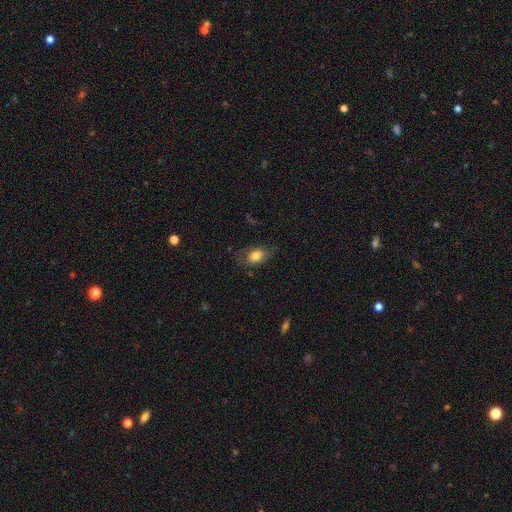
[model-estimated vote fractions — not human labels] Smooth or featured: smooth — 74% (featured or disk — 17%)
How rounded: in between — 79% (round — 19%)
Merging: none — 66% (minor disturbance — 23%)